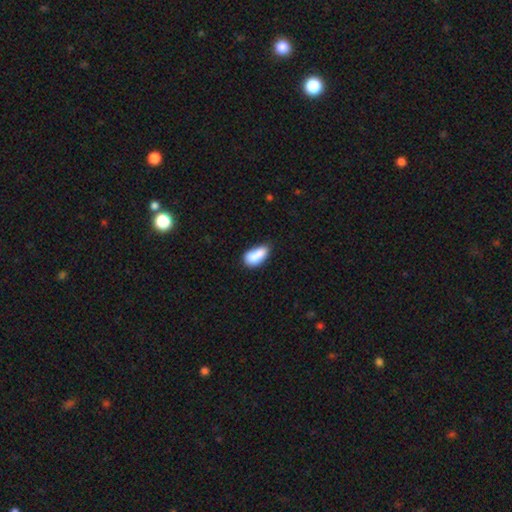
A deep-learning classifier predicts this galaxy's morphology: Overall: smooth (81%). How rounded: in between (87%). Merging: none (45%; minor disturbance 28%).